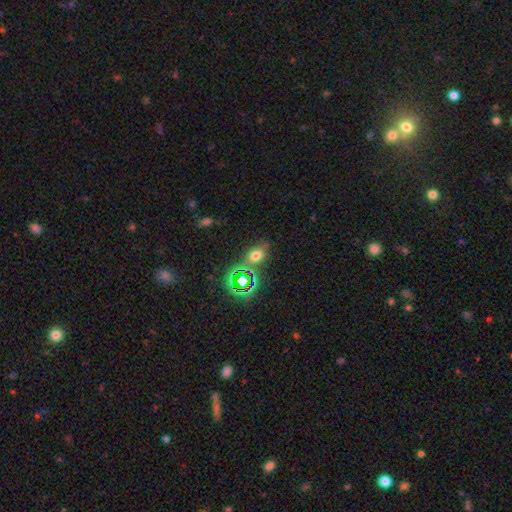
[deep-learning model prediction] A smooth galaxy with no disk features (59%) that is in between round and cigar-shaped (69%).

Vote fractions:
- Smooth or featured? smooth: 59% / star or artifact: 30% / featured or disk: 10%
- How rounded? in between: 69% / round: 28% / cigar-shaped: 2%
- Merging? none: 69% / minor disturbance: 15% / merger: 11% / major disturbance: 6%